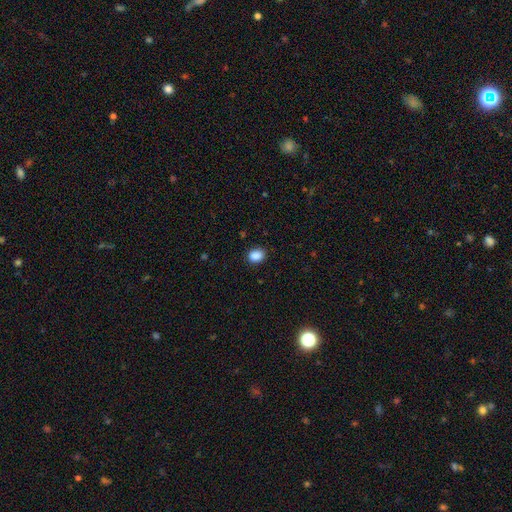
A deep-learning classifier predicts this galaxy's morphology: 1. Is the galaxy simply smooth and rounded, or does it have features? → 88% smooth, 9% star or artifact, 3% featured or disk.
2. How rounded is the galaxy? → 54% in between, 45% round, 1% cigar-shaped.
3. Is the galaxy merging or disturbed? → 88% none, 9% minor disturbance, 2% major disturbance, 1% merger.